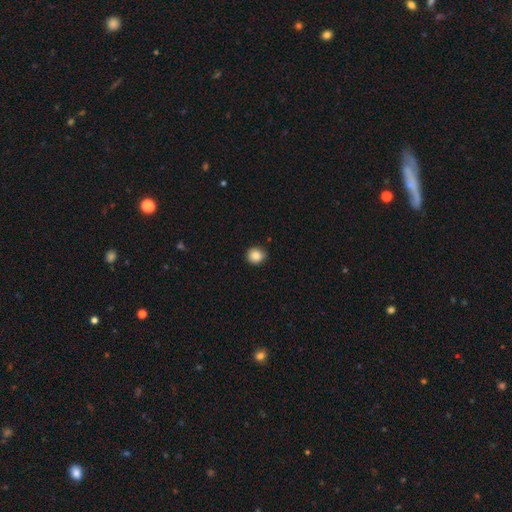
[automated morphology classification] Smooth or featured?
  - smooth: 87% *
  - star or artifact: 9%
  - featured or disk: 4%
How rounded?
  - round: 86% *
  - in between: 13%
  - cigar-shaped: 1%
Merging?
  - none: 86% *
  - minor disturbance: 11%
  - major disturbance: 2%
  - merger: 1%